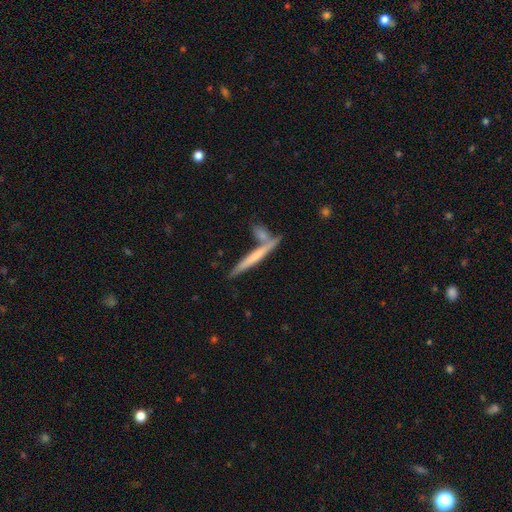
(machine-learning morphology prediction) Smooth or featured? Predicted: smooth (p=0.51). How rounded? Predicted: cigar-shaped (p=0.95). Merging? Predicted: none (p=0.69).